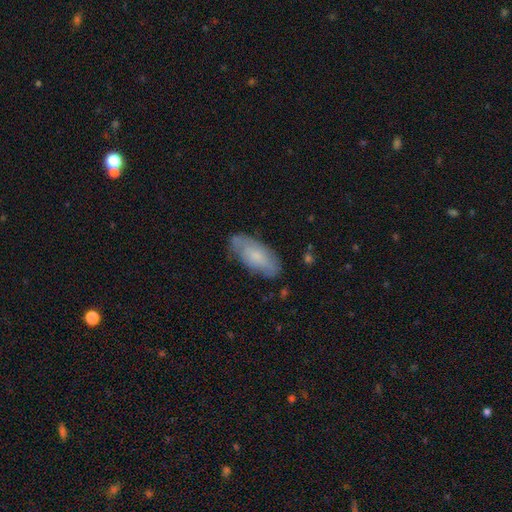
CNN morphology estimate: smooth_or_featured: smooth (p=0.62) [alt: featured or disk p=0.31]
how_rounded: in between (p=0.81) [alt: cigar-shaped p=0.17]
merging: none (p=0.70) [alt: minor disturbance p=0.23]